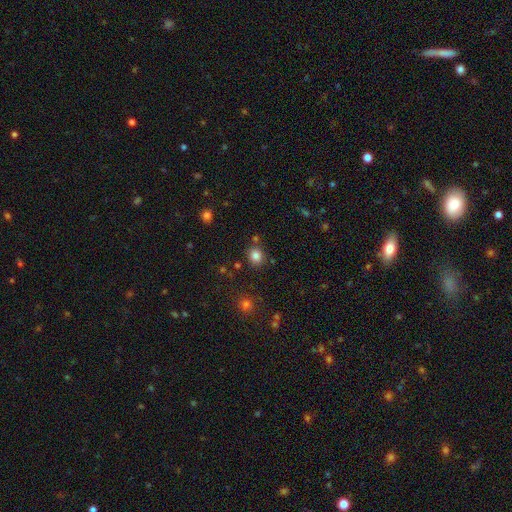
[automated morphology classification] This is clearly a smooth galaxy (83%). How rounded: likely round (80%). Merging: clearly none (83%).